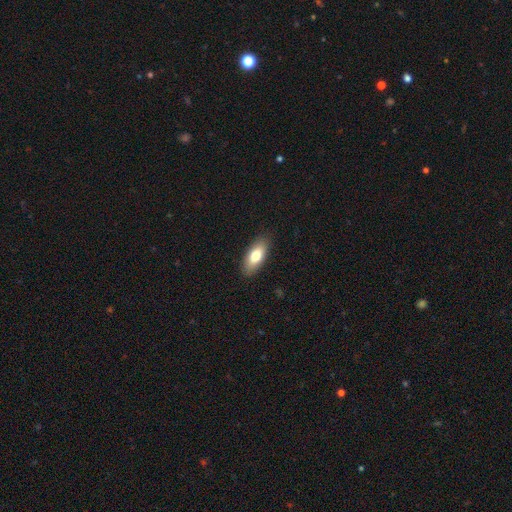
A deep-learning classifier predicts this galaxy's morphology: Overall: smooth (78%). How rounded: in between (82%). Merging: none (87%).